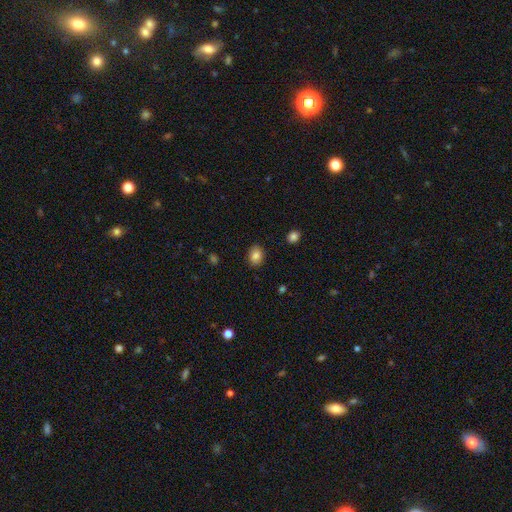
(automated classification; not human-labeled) The model was most divided on "how rounded": in between: 56%, round: 43%, cigar-shaped: 1%. More confident: merging — none (87%); smooth or featured — smooth (84%).